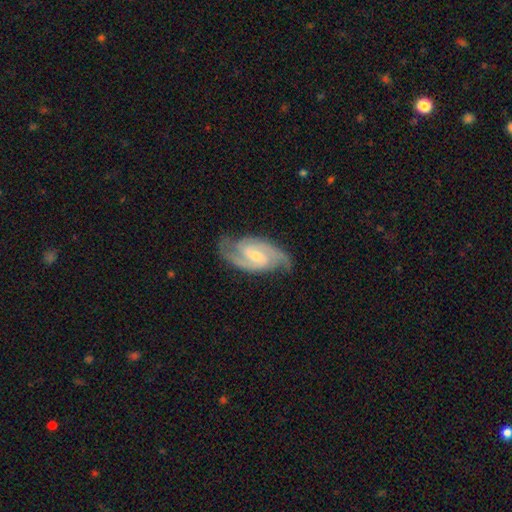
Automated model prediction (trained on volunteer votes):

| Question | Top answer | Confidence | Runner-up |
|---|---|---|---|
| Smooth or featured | featured or disk | 91% | smooth (5%) |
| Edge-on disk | no | 97% | yes (3%) |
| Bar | weak | 52% | no (28%) |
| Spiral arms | yes | 98% | no (2%) |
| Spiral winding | medium | 53% | tight (38%) |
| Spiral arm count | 2 | 87% | 3 (6%) |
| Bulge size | small | 53% | moderate (40%) |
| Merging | none | 81% | minor disturbance (14%) |